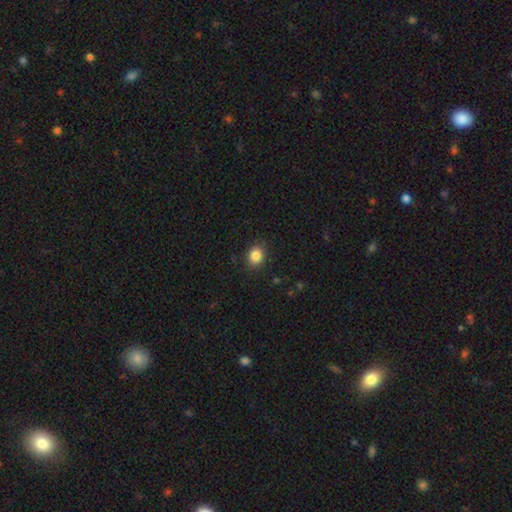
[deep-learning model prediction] smooth 85%, star or artifact 10%, featured or disk 4%. Down the decision tree: how rounded — round (63%); merging — none (87%).